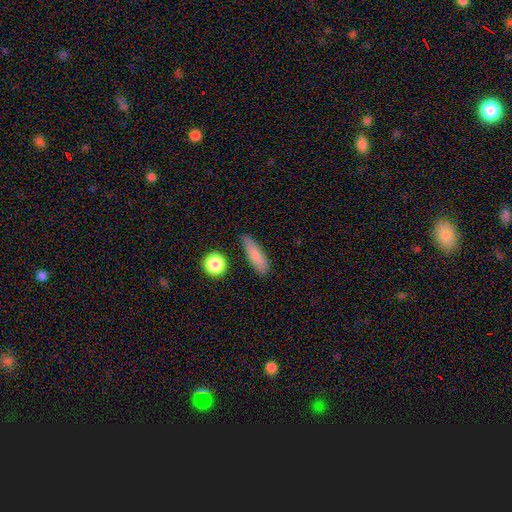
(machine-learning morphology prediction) Q: Smooth or featured?
A: smooth (80%); runner-up: featured or disk (12%)
Q: How rounded?
A: cigar-shaped (60%); runner-up: in between (36%)
Q: Merging?
A: none (71%); runner-up: minor disturbance (21%)